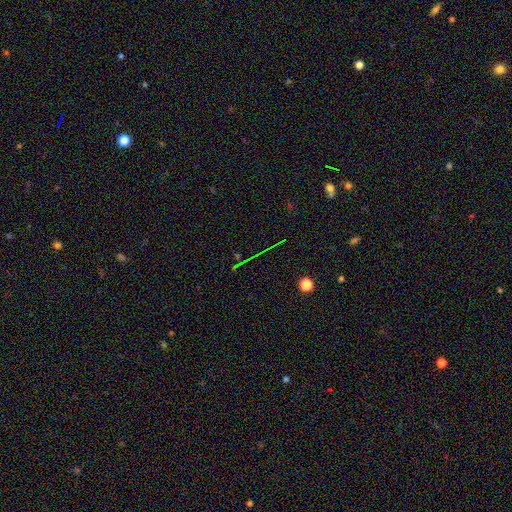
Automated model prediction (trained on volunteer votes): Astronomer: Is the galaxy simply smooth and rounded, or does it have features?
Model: star or artifact — 72%.